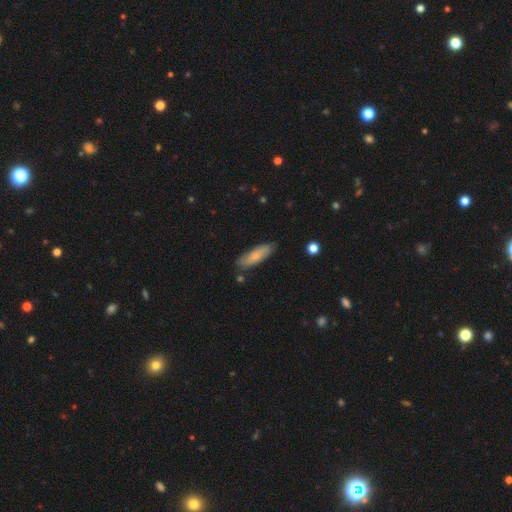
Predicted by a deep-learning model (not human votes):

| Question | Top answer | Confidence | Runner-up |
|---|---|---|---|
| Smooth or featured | smooth | 73% | featured or disk (21%) |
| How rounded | cigar-shaped | 51% | in between (47%) |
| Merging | none | 81% | minor disturbance (14%) |